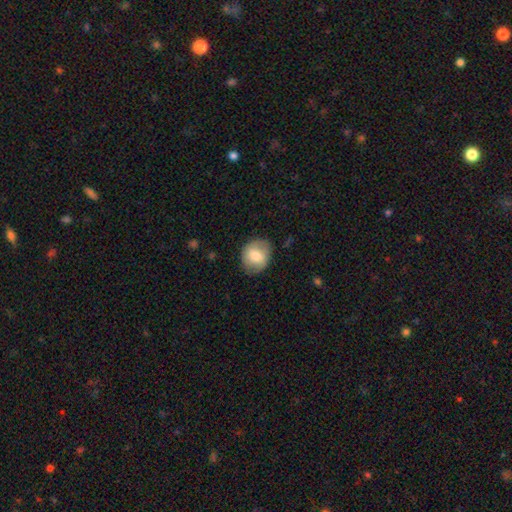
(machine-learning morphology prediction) The model was most divided on "how rounded": round: 58%, in between: 41%, cigar-shaped: 1%. More confident: merging — none (80%); smooth or featured — smooth (72%).